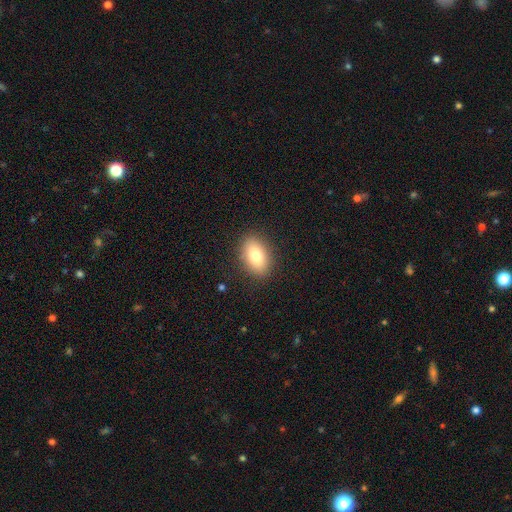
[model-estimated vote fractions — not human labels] smooth_or_featured: smooth (p=0.81) [alt: featured or disk p=0.11]
how_rounded: in between (p=0.88) [alt: round p=0.10]
merging: none (p=0.87) [alt: minor disturbance p=0.09]